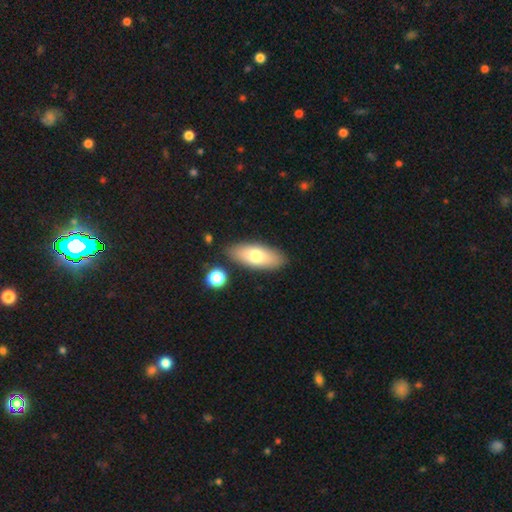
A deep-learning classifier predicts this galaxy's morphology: A smooth galaxy with no disk features (70%) that is in between round and cigar-shaped (79%).

Vote fractions:
- Smooth or featured? smooth: 70% / featured or disk: 23% / star or artifact: 7%
- How rounded? in between: 79% / cigar-shaped: 18% / round: 3%
- Merging? none: 85% / minor disturbance: 9% / merger: 4% / major disturbance: 2%